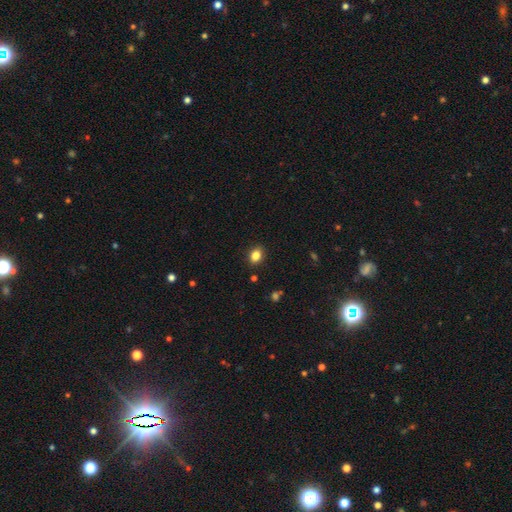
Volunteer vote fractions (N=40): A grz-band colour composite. It shows a smooth galaxy with no disk features (82%) that is in between round and cigar-shaped (67%). Merging: none (87%).